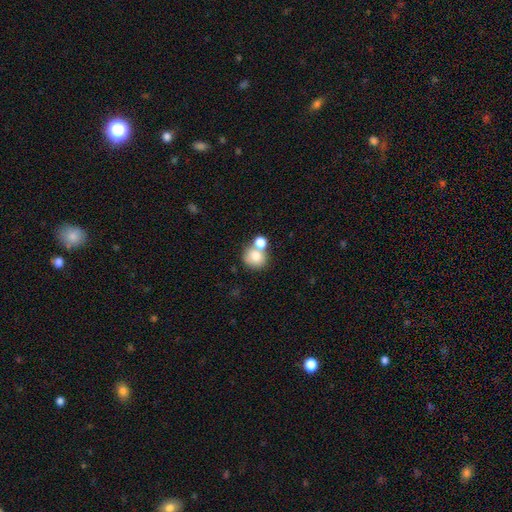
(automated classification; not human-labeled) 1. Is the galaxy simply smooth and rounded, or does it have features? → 77% smooth, 13% featured or disk, 11% star or artifact.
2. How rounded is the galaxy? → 80% round, 19% in between, 1% cigar-shaped.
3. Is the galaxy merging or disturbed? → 46% none, 42% merger, 9% minor disturbance, 4% major disturbance.